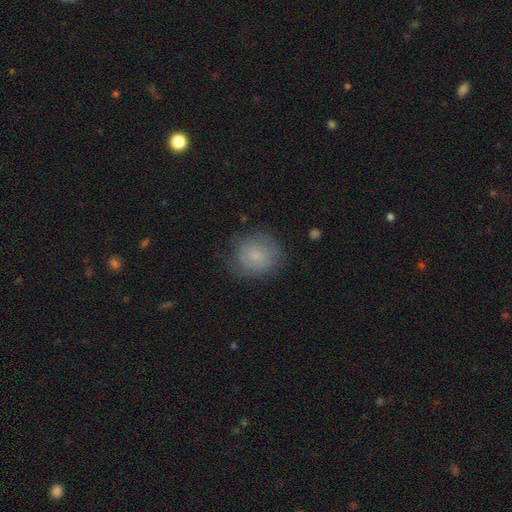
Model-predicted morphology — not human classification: Q: Smooth or featured?
A: smooth (64%); runner-up: featured or disk (26%)
Q: How rounded?
A: round (78%); runner-up: in between (21%)
Q: Merging?
A: none (69%); runner-up: minor disturbance (21%)